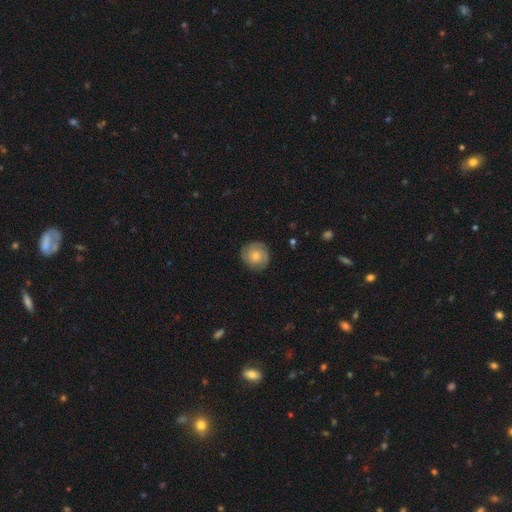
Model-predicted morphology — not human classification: This is possibly a smooth galaxy (56%). How rounded: clearly round (91%). Merging: clearly none (83%).